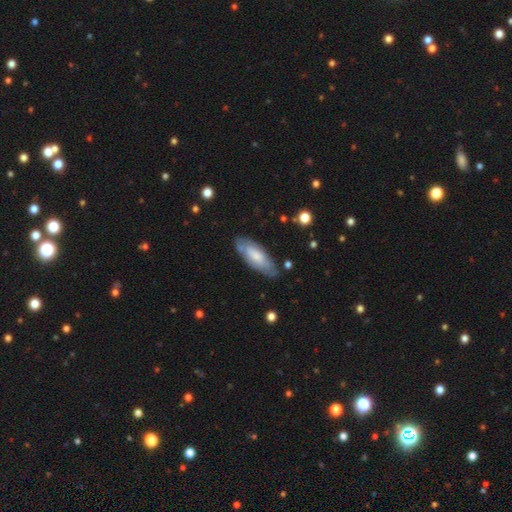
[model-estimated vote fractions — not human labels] smooth-or-featured: smooth: 55% | featured or disk: 40% | star or artifact: 6%
  how-rounded: in between: 73% | cigar-shaped: 25% | round: 2%
  merging: none: 74% | minor disturbance: 19% | major disturbance: 5% | merger: 2%